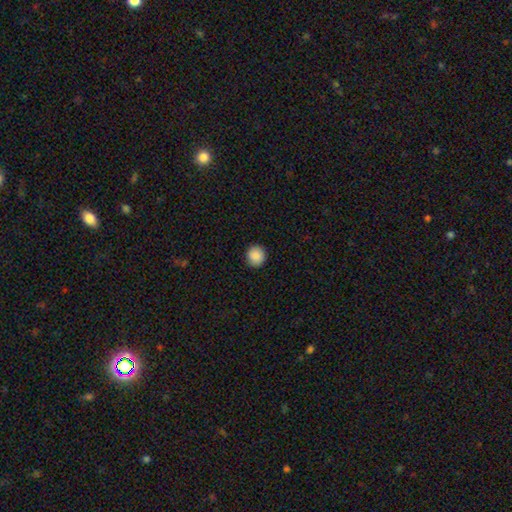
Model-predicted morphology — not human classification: The model was most divided on "smooth or featured": smooth: 89%, star or artifact: 8%, featured or disk: 3%. More confident: merging — none (92%); how rounded — round (91%).